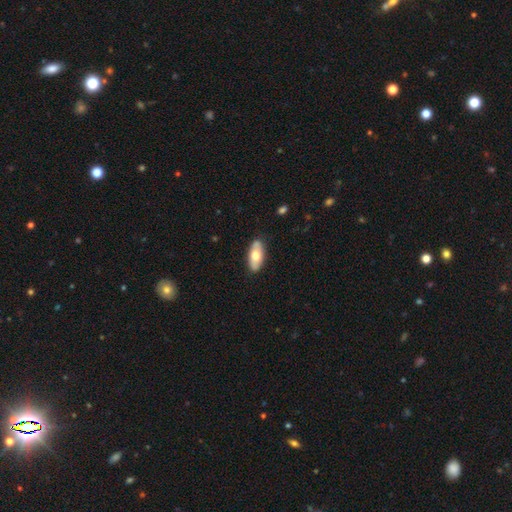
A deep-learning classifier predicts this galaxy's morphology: smooth 64%, featured or disk 30%, star or artifact 6%. Down the decision tree: how rounded — in between (89%); merging — none (85%).